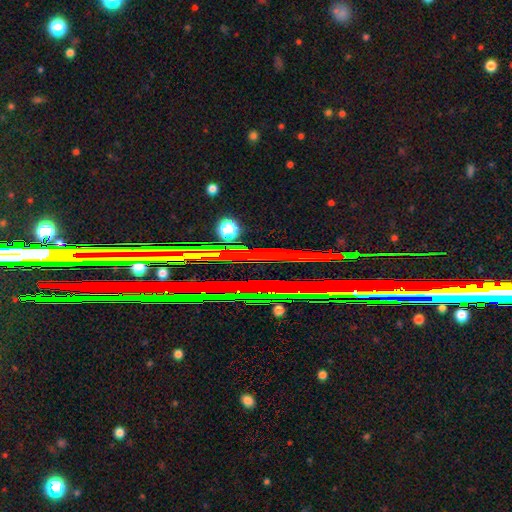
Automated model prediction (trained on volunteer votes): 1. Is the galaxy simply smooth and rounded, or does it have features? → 78% star or artifact, 13% featured or disk, 9% smooth.